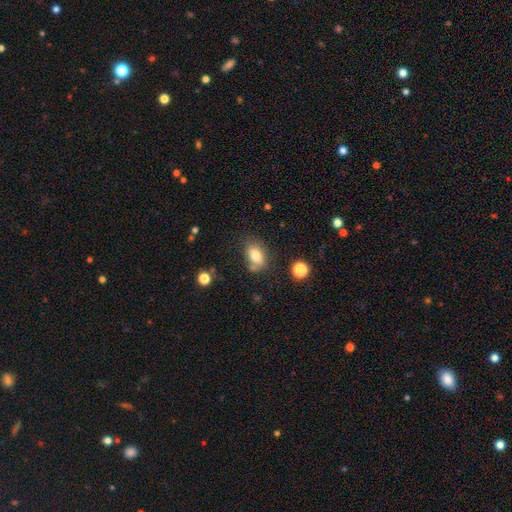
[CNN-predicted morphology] smooth 77%, featured or disk 13%, star or artifact 9%. Down the decision tree: how rounded — in between (86%); merging — none (60%).